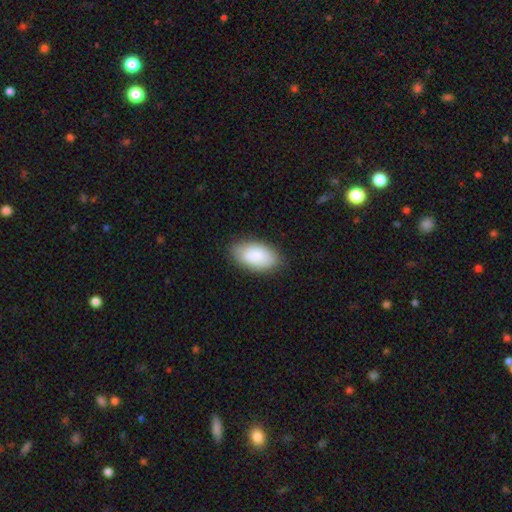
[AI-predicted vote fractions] This is clearly a smooth galaxy (84%). How rounded: clearly in between (95%). Merging: clearly none (83%).